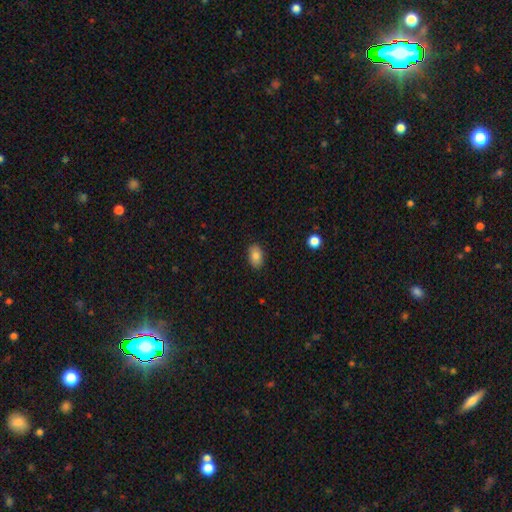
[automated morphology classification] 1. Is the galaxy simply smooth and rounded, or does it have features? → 84% smooth, 8% featured or disk, 8% star or artifact.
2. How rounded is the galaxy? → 88% in between, 11% round, 1% cigar-shaped.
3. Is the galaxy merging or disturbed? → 88% none, 9% minor disturbance, 2% major disturbance, 1% merger.